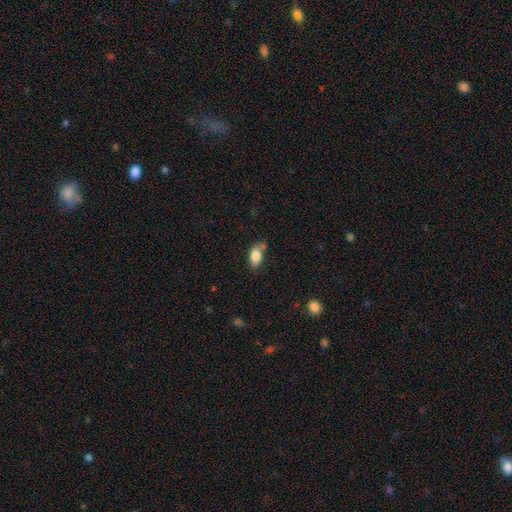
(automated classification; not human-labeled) smooth_or_featured: smooth (p=0.83) [alt: featured or disk p=0.09]
how_rounded: in between (p=0.89) [alt: cigar-shaped p=0.06]
merging: none (p=0.58) [alt: minor disturbance p=0.26]